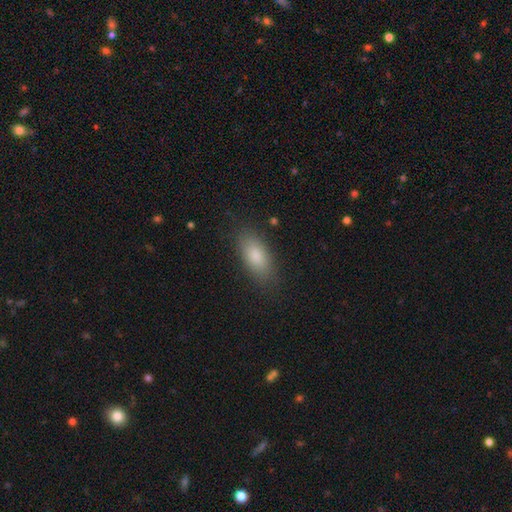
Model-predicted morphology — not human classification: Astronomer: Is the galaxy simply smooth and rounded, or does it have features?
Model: smooth — 83%.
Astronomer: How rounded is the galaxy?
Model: in between — 86%.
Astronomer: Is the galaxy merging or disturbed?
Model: none — 82%.